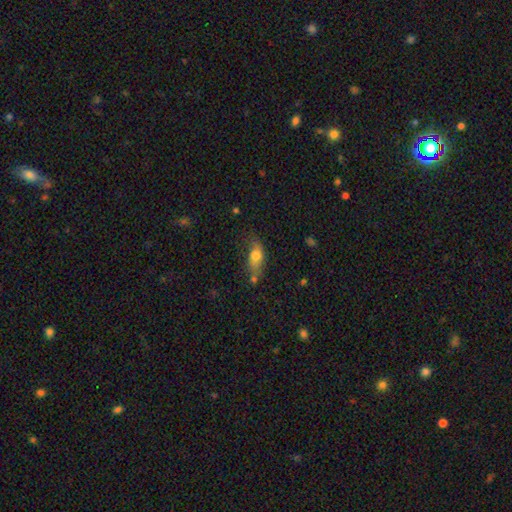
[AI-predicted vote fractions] smooth_or_featured: smooth (p=0.70) [alt: featured or disk p=0.21]
how_rounded: in between (p=0.77) [alt: cigar-shaped p=0.16]
merging: none (p=0.47) [alt: minor disturbance p=0.29]